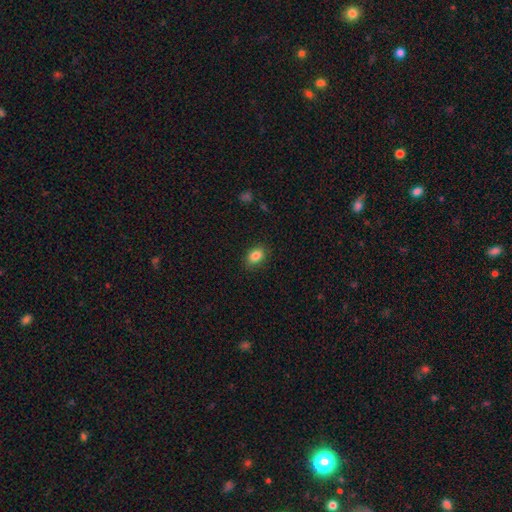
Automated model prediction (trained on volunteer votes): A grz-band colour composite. It shows a smooth galaxy with no disk features (86%) that is in between round and cigar-shaped (77%). Merging: none (87%).